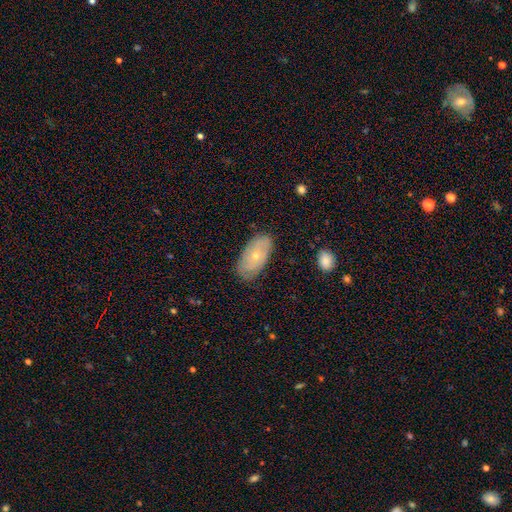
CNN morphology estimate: type=smooth (50%); merging=none (79%).